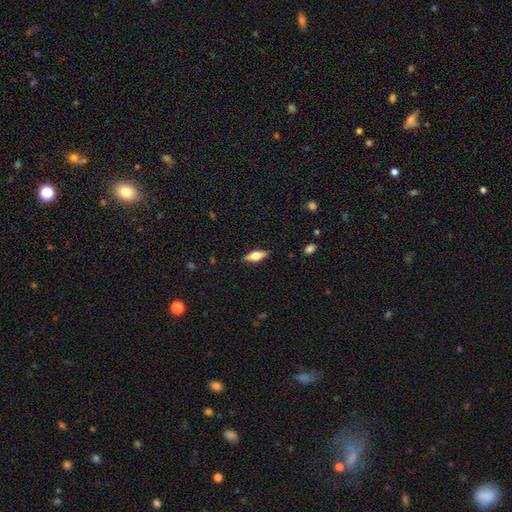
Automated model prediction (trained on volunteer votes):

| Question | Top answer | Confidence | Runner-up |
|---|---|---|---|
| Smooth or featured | smooth | 57% | featured or disk (36%) |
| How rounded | in between | 68% | cigar-shaped (29%) |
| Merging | none | 87% | minor disturbance (10%) |